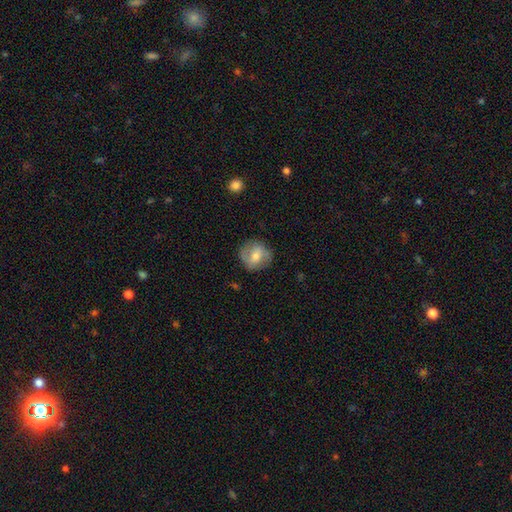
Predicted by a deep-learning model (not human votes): Smooth or featured? Predicted: smooth (p=0.53). How rounded? Predicted: round (p=0.83). Merging? Predicted: none (p=0.81).